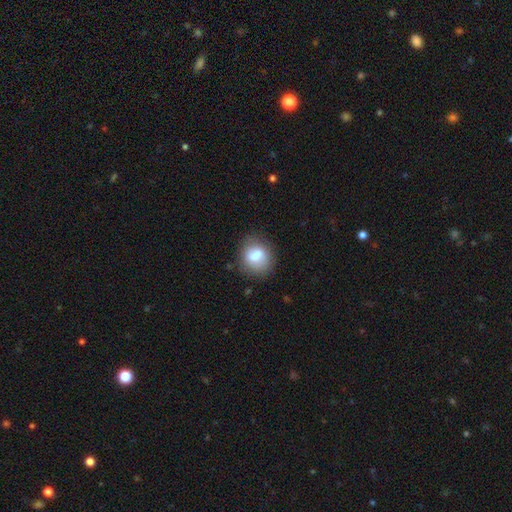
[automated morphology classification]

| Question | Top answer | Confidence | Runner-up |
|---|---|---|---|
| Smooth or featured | smooth | 73% | featured or disk (18%) |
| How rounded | round | 68% | in between (31%) |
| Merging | none | 71% | minor disturbance (17%) |